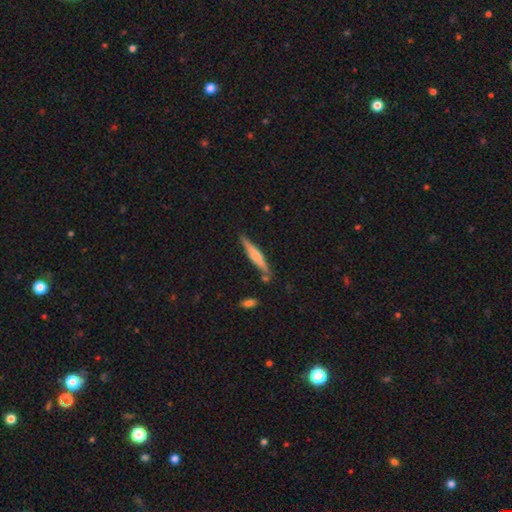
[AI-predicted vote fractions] Q: Smooth or featured?
A: smooth (48%); runner-up: featured or disk (47%)
Q: Merging?
A: none (81%); runner-up: minor disturbance (12%)